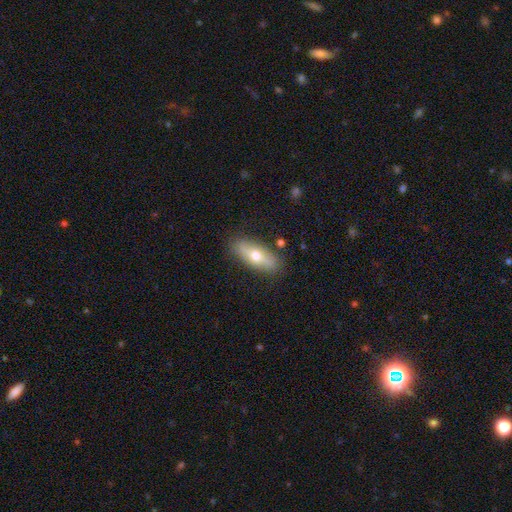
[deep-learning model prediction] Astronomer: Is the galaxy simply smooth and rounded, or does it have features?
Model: smooth — 58% (runner-up: featured or disk, 35%).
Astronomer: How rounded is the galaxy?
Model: in between — 69%.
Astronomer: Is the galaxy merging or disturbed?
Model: none — 84%.